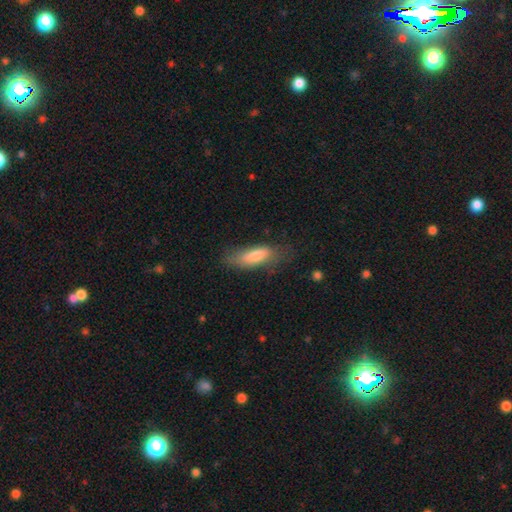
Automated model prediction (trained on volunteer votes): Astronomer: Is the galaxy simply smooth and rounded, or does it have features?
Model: smooth — 70%.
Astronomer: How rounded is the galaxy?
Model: in between — 53% (runner-up: cigar-shaped, 45%).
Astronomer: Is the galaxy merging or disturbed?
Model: none — 67%.